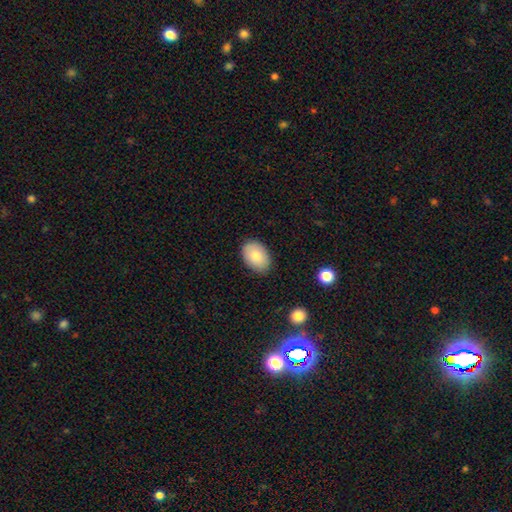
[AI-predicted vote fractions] The model was most divided on "smooth or featured": smooth: 83%, featured or disk: 11%, star or artifact: 7%. More confident: how rounded — in between (86%); merging — none (85%).